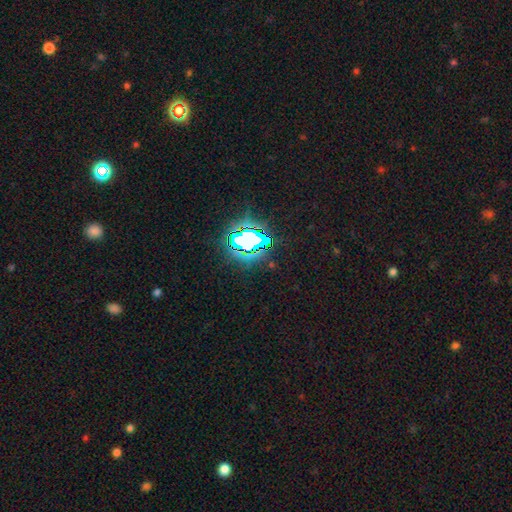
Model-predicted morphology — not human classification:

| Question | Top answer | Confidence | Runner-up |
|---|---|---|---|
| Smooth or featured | star or artifact | 83% | smooth (10%) |